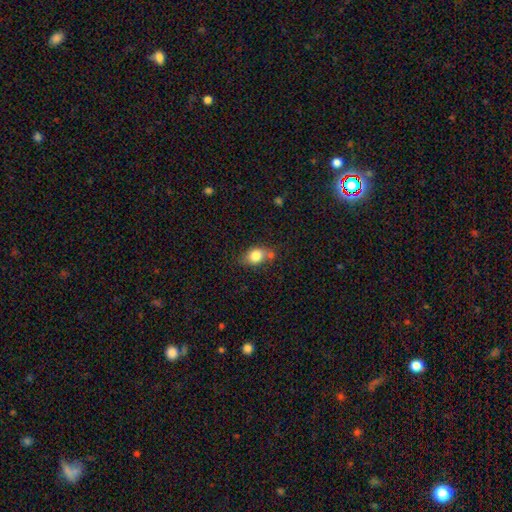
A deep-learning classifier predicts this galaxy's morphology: Overall: smooth (80%). How rounded: in between (67%; round 30%). Merging: none (58%; minor disturbance 23%).